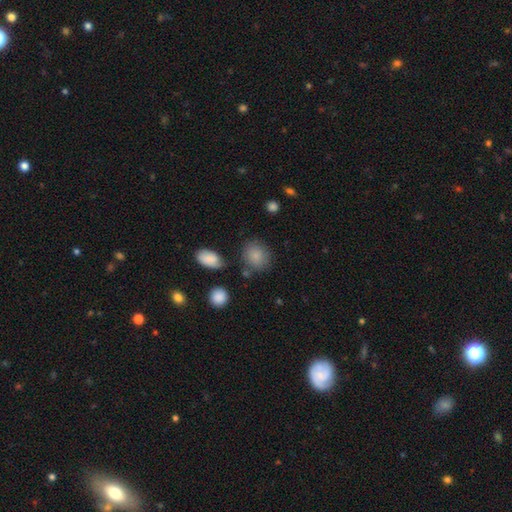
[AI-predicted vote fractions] A smooth galaxy with no disk features (84%) that is round (69%). Merging: none (76%).